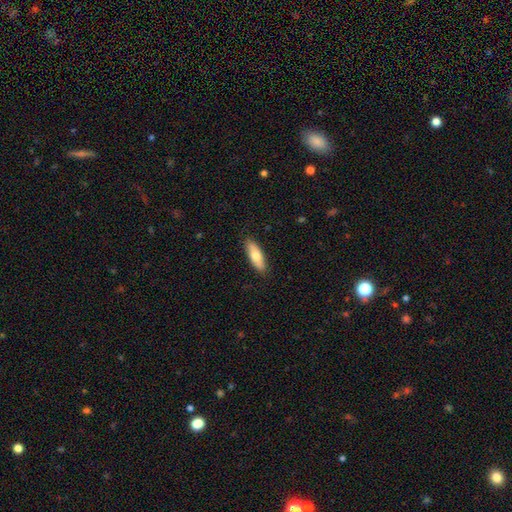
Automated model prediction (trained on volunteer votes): A smooth galaxy with no disk features (71%) that is in between round and cigar-shaped (60%). Merging: none (88%).